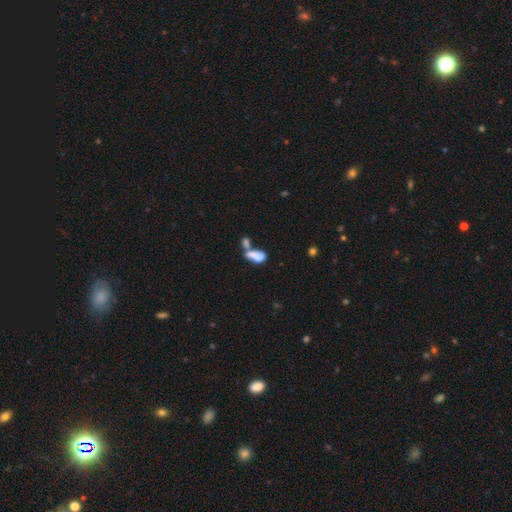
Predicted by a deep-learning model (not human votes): This is likely a smooth galaxy (69%). How rounded: clearly in between (85%). Merging: likely merger (62%).